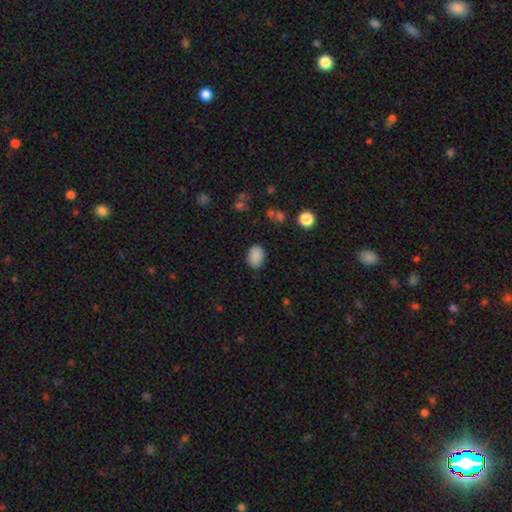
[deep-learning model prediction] A smooth galaxy with no disk features (87%) that is in between round and cigar-shaped (75%).

Vote fractions:
- Smooth or featured? smooth: 87% / star or artifact: 9% / featured or disk: 4%
- How rounded? in between: 75% / round: 24% / cigar-shaped: 1%
- Merging? none: 81% / minor disturbance: 14% / major disturbance: 3% / merger: 2%